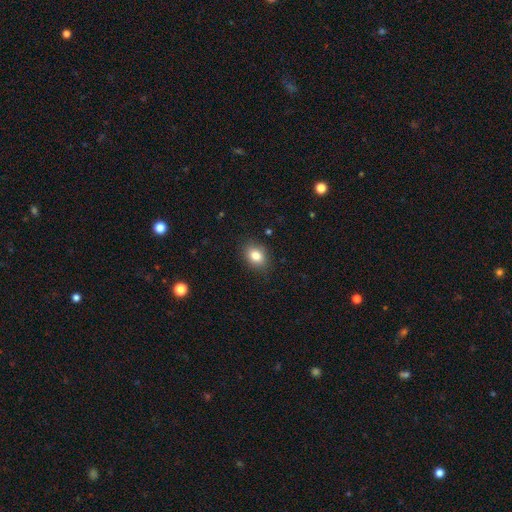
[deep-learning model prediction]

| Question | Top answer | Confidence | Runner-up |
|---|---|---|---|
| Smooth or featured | smooth | 82% | star or artifact (10%) |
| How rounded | in between | 68% | round (31%) |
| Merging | none | 85% | minor disturbance (11%) |